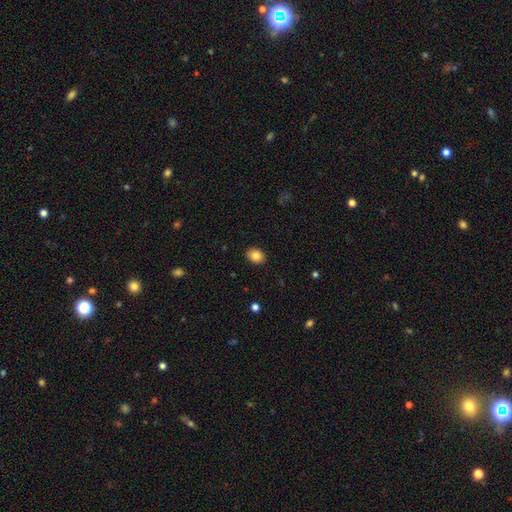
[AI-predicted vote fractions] smooth 84%, star or artifact 9%, featured or disk 7%. Down the decision tree: how rounded — in between (60%); merging — none (89%).